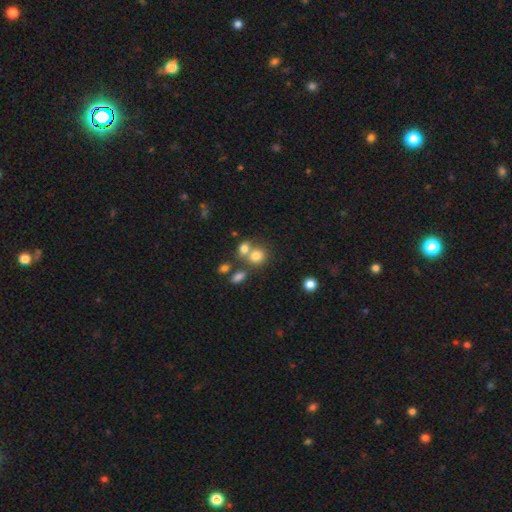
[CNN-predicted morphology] smooth 76%, star or artifact 13%, featured or disk 11%. Down the decision tree: how rounded — round (77%); merging — none (46%).